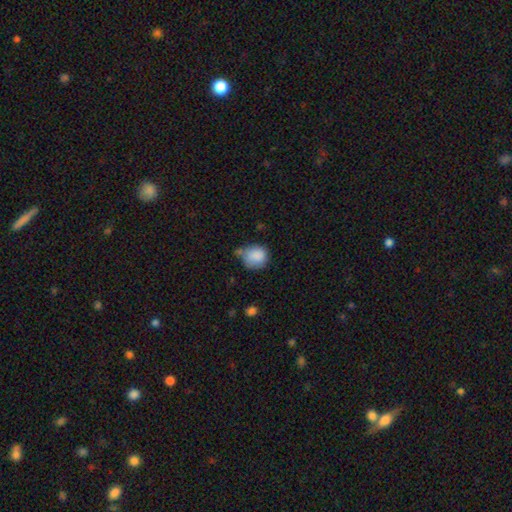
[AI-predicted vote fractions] A smooth galaxy with no disk features (86%) that is round (80%).

Vote fractions:
- Smooth or featured? smooth: 86% / star or artifact: 8% / featured or disk: 6%
- How rounded? round: 80% / in between: 19% / cigar-shaped: 1%
- Merging? none: 48% / minor disturbance: 33% / merger: 10% / major disturbance: 10%